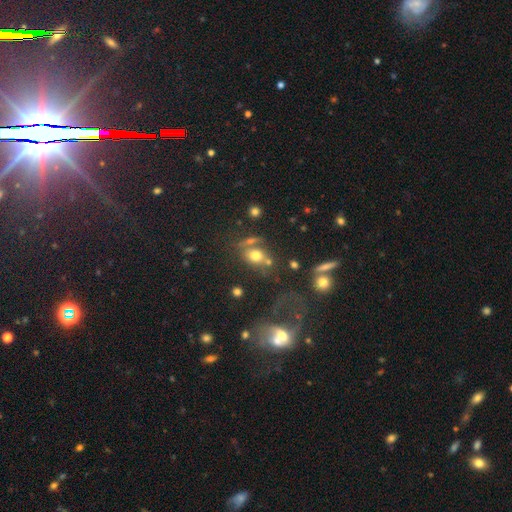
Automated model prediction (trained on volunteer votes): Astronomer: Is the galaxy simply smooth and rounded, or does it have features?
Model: smooth — 67%.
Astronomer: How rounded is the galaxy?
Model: in between — 54% (runner-up: round, 43%).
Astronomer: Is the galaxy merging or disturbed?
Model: none — 47% (runner-up: merger, 26%).